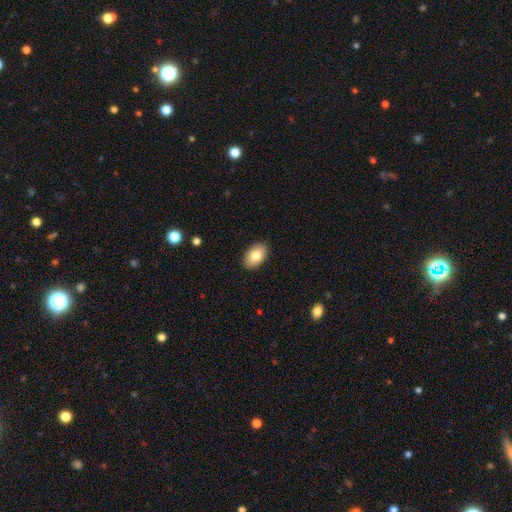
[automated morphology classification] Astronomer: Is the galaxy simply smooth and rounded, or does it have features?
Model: smooth — 82%.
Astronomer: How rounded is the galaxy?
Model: in between — 92%.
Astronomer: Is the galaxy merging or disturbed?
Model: none — 89%.